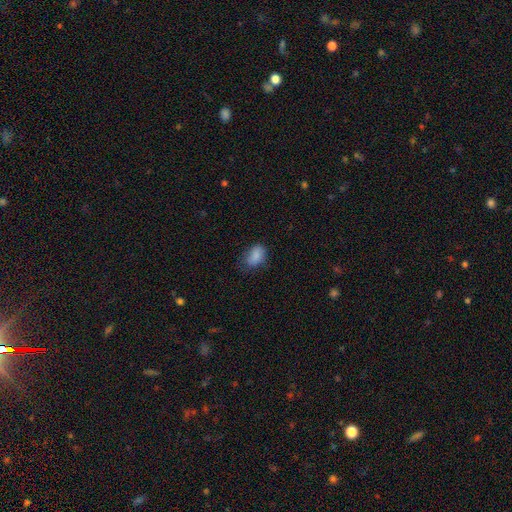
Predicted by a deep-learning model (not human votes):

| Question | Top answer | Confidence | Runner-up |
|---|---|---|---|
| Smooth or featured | smooth | 86% | star or artifact (9%) |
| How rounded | in between | 85% | round (14%) |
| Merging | none | 62% | minor disturbance (28%) |